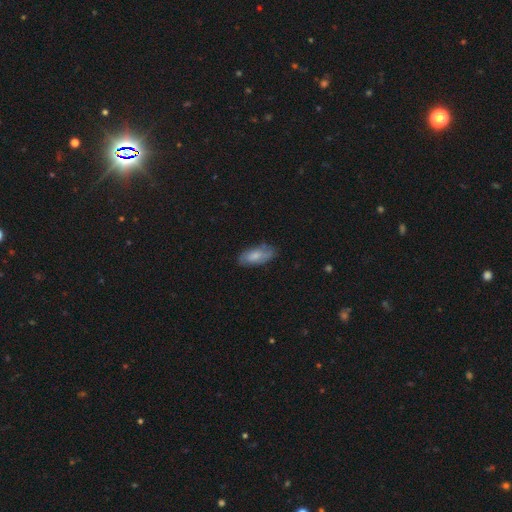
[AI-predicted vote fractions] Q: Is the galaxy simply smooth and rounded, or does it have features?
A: smooth — 66%.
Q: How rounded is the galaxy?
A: in between — 87%.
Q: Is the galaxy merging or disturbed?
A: none — 73%.